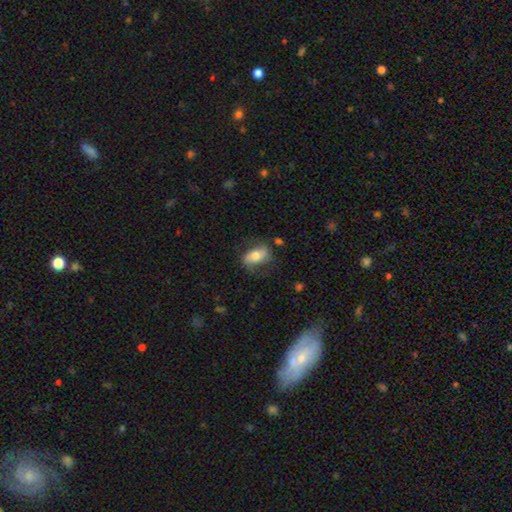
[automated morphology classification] This is possibly a smooth galaxy (56%). How rounded: clearly in between (86%). Merging: likely none (65%).